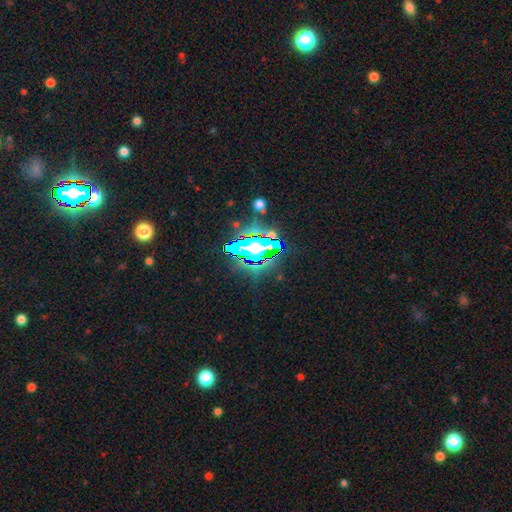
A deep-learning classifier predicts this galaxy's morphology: This appears to be a star or artifact, not a galaxy (82%).